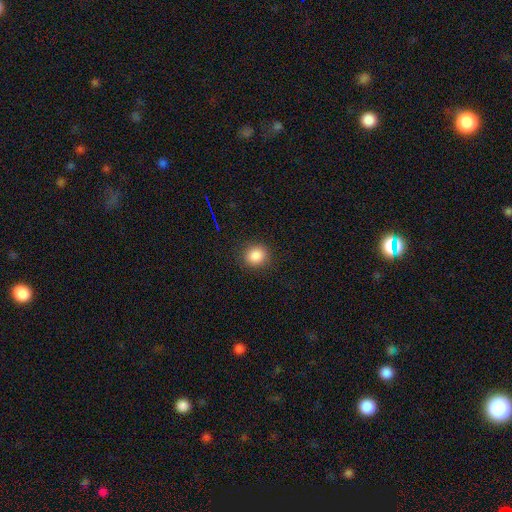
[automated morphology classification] A smooth galaxy with no disk features (87%) that is round (80%).

Vote fractions:
- Smooth or featured? smooth: 87% / star or artifact: 10% / featured or disk: 3%
- How rounded? round: 80% / in between: 19% / cigar-shaped: 1%
- Merging? none: 89% / minor disturbance: 8% / major disturbance: 2% / merger: 1%